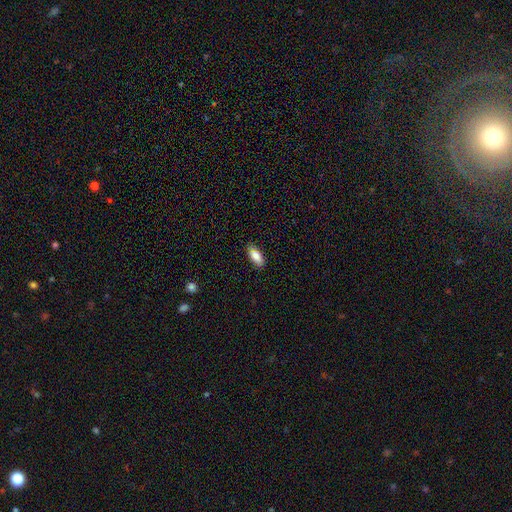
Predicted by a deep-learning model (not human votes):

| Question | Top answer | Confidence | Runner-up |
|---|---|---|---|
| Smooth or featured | smooth | 84% | featured or disk (9%) |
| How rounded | in between | 84% | cigar-shaped (14%) |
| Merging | none | 86% | minor disturbance (11%) |